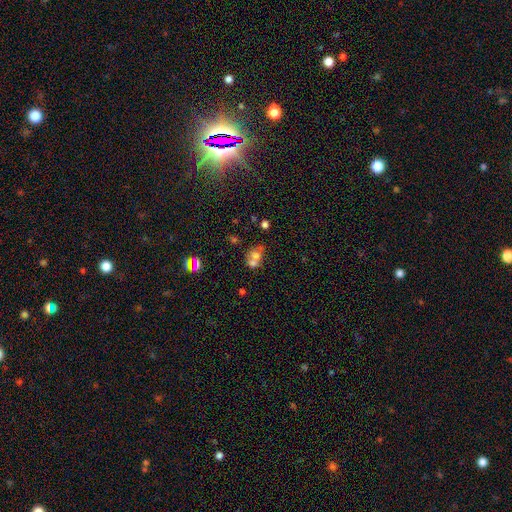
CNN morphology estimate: smooth-or-featured: smooth: 64% | featured or disk: 23% | star or artifact: 14%
  how-rounded: round: 62% | in between: 37% | cigar-shaped: 1%
  merging: merger: 63% | none: 25% | minor disturbance: 7% | major disturbance: 4%